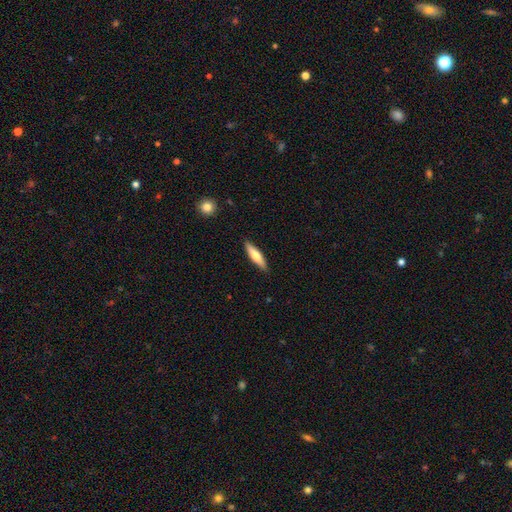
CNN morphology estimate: A smooth galaxy with no disk features (58%) that is cigar-shaped (74%). Merging: none (89%).